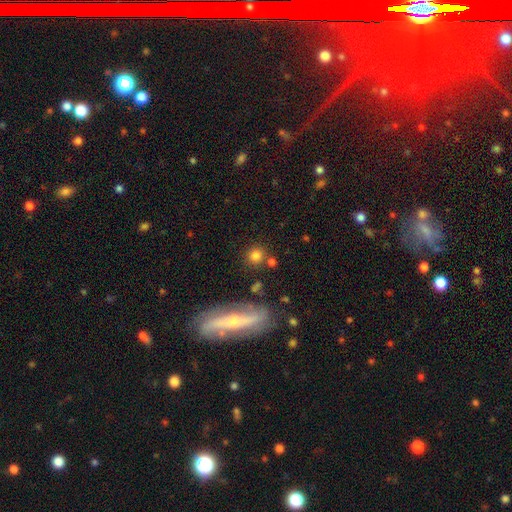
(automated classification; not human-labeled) smooth_or_featured: smooth (p=0.77) [alt: star or artifact p=0.13]
how_rounded: round (p=0.89) [alt: in between p=0.09]
merging: none (p=0.79) [alt: merger p=0.08]